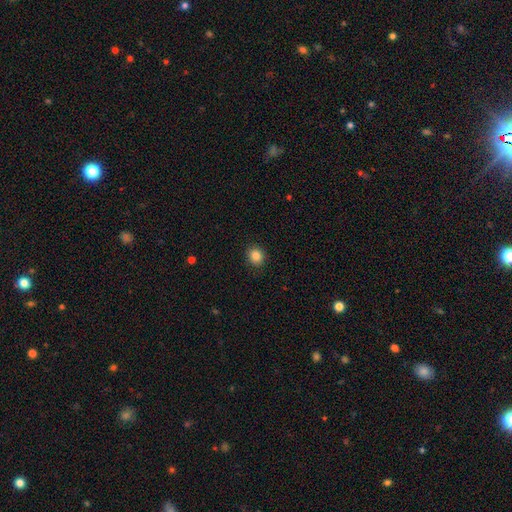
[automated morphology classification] smooth_or_featured: smooth (p=0.85) [alt: star or artifact p=0.11]
how_rounded: round (p=0.78) [alt: in between p=0.21]
merging: none (p=0.90) [alt: minor disturbance p=0.07]